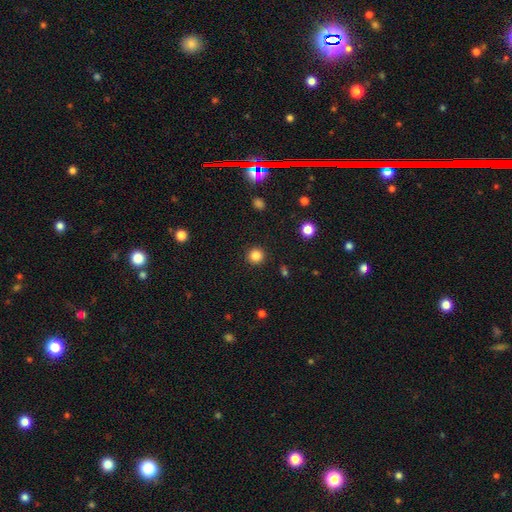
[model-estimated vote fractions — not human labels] Morphology: type=smooth (85%); roundness=round (94%); merging=none (92%).